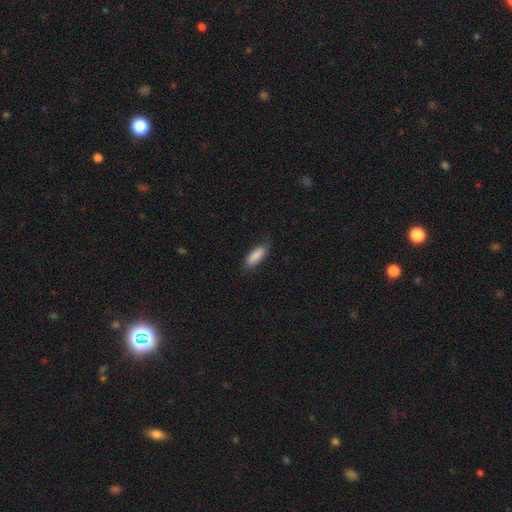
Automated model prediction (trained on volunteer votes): Smooth or featured?
  - smooth: 87% *
  - featured or disk: 7%
  - star or artifact: 6%
How rounded?
  - in between: 64% *
  - cigar-shaped: 34%
  - round: 2%
Merging?
  - none: 78% *
  - minor disturbance: 18%
  - major disturbance: 3%
  - merger: 1%